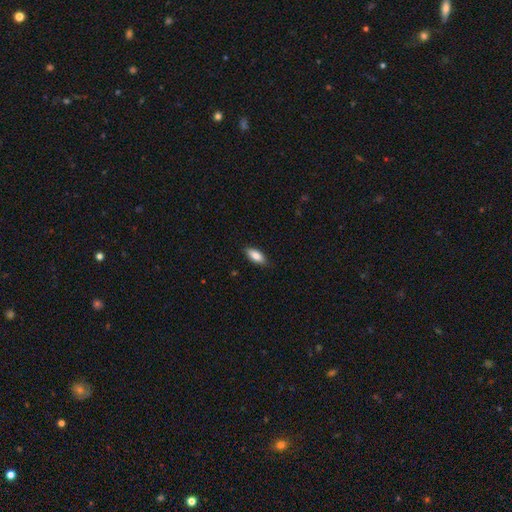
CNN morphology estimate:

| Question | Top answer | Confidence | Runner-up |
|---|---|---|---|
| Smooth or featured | smooth | 83% | featured or disk (10%) |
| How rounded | in between | 82% | cigar-shaped (16%) |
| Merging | none | 85% | minor disturbance (12%) |